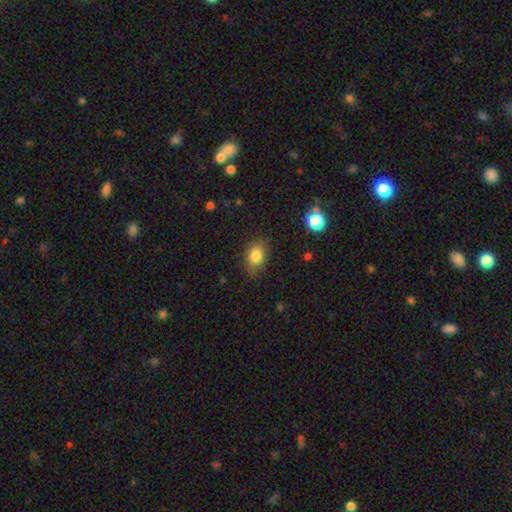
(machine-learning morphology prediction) Smooth or featured: smooth — 81% (featured or disk — 10%)
How rounded: in between — 76% (round — 22%)
Merging: none — 76% (minor disturbance — 18%)